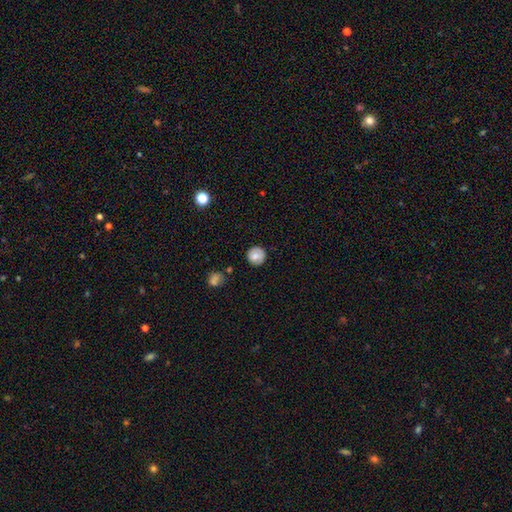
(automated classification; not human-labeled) smooth_or_featured: smooth (p=0.76) [alt: featured or disk p=0.15]
how_rounded: round (p=0.93) [alt: in between p=0.06]
merging: none (p=0.84) [alt: minor disturbance p=0.11]